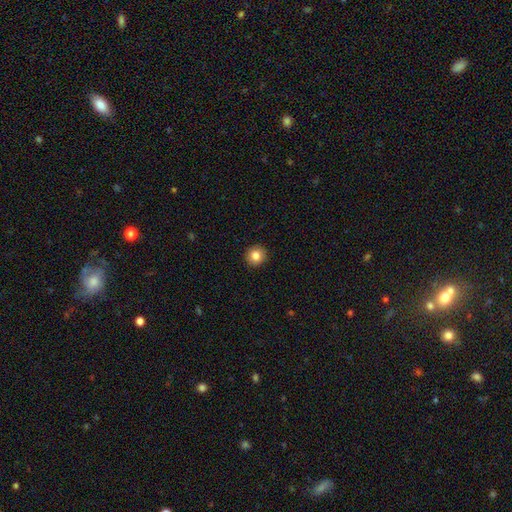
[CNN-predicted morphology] Overall: smooth (84%). How rounded: round (91%). Merging: none (92%).